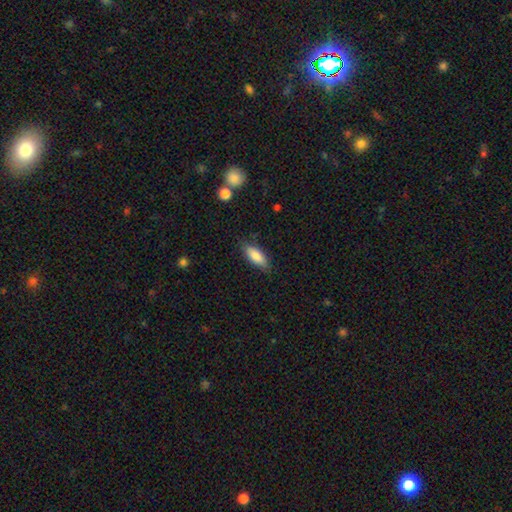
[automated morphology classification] This is clearly a smooth galaxy (82%). How rounded: likely in between (72%). Merging: clearly none (81%).